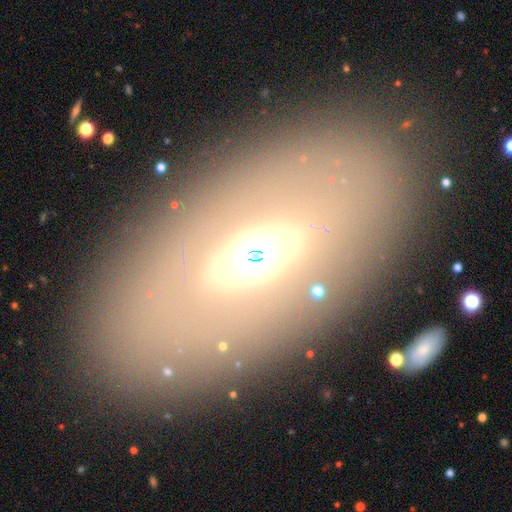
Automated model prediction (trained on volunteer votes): smooth-or-featured: featured or disk: 49% | smooth: 40% | star or artifact: 11%
  merging: none: 82% | minor disturbance: 10% | major disturbance: 6% | merger: 2%